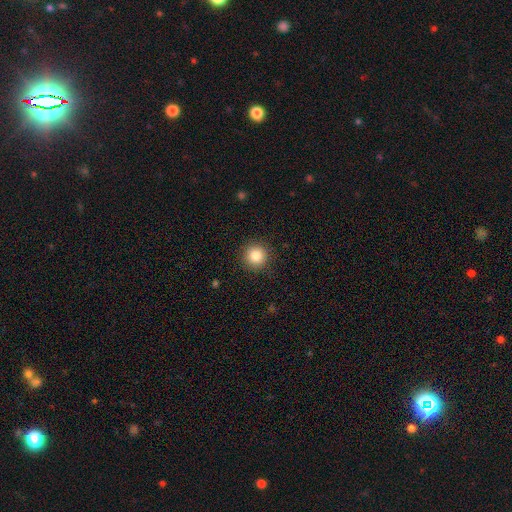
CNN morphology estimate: This appears to be a smooth galaxy with no disk features (84%) that is round (95%). Merging: none (90%).